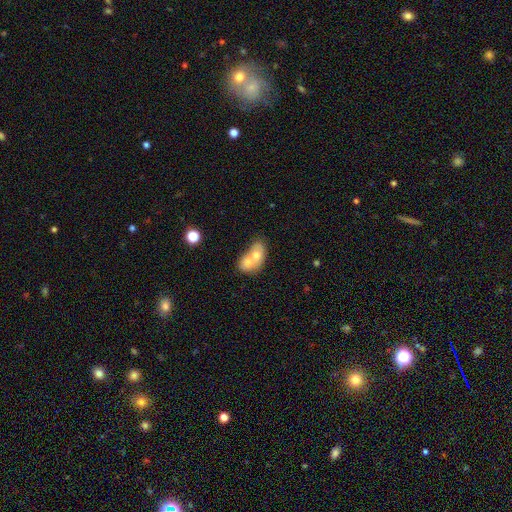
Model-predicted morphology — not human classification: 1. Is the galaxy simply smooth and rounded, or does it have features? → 63% smooth, 28% featured or disk, 8% star or artifact.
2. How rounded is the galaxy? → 70% in between, 28% round, 2% cigar-shaped.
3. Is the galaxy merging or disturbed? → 74% merger, 16% none, 6% minor disturbance, 3% major disturbance.